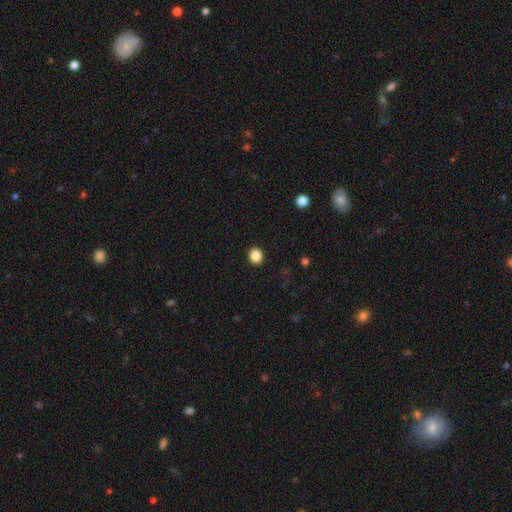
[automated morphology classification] Smooth or featured?
  - smooth: 87% *
  - star or artifact: 10%
  - featured or disk: 3%
How rounded?
  - round: 79% *
  - in between: 20%
  - cigar-shaped: 1%
Merging?
  - none: 93% *
  - minor disturbance: 5%
  - major disturbance: 2%
  - merger: 1%